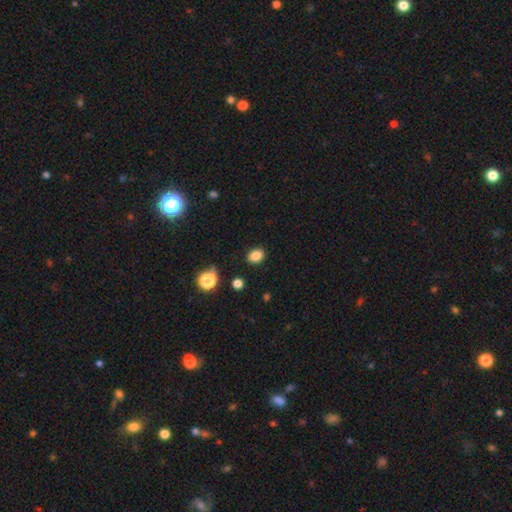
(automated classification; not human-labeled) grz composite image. It shows a smooth galaxy with no disk features (85%) that is in between round and cigar-shaped (63%). Merging: none (85%).